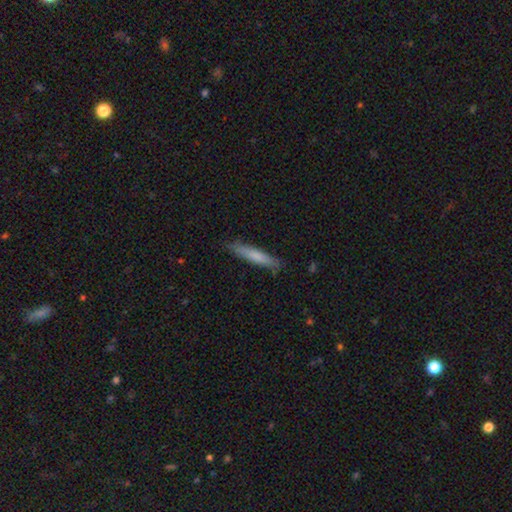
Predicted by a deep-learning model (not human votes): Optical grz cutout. It shows a smooth galaxy with no disk features (72%) that is cigar-shaped (91%). Merging: none (85%).